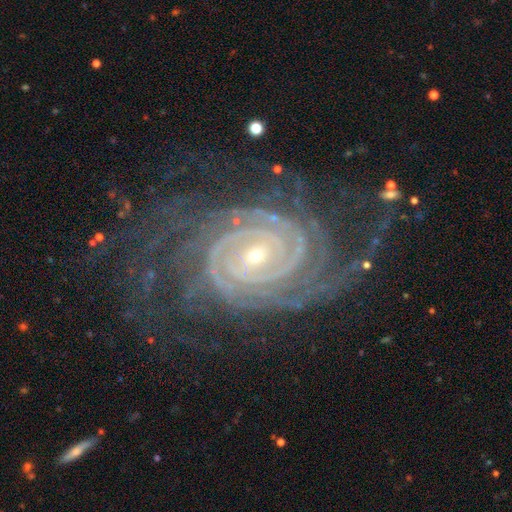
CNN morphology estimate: smooth-or-featured: featured or disk: 92% | star or artifact: 5% | smooth: 3%
  disk-edge-on: no: 97% | yes: 3%
    bar: no: 55% | weak: 25% | strong: 19%
    has-spiral-arms: yes: 99% | no: 1%
      spiral-winding: tight: 86% | medium: 12% | loose: 2%
      spiral-arm-count: 2: 28% | 4: 17% | 3: 16% | can't tell: 15% | more than 4: 15% | 1: 8%
    bulge-size: small: 72% | moderate: 25% | large: 1% | none: 1% | dominant: 1%
  merging: none: 69% | minor disturbance: 17% | major disturbance: 12% | merger: 2%